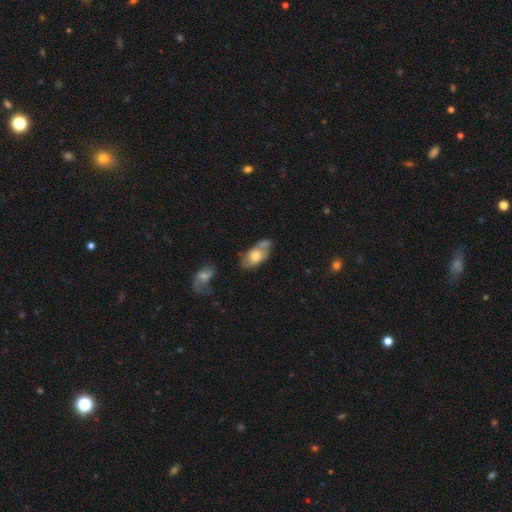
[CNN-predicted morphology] Smooth or featured?
  - smooth: 59% *
  - featured or disk: 34%
  - star or artifact: 7%
How rounded?
  - in between: 90% *
  - cigar-shaped: 5%
  - round: 5%
Merging?
  - none: 48% *
  - minor disturbance: 27%
  - merger: 16%
  - major disturbance: 9%